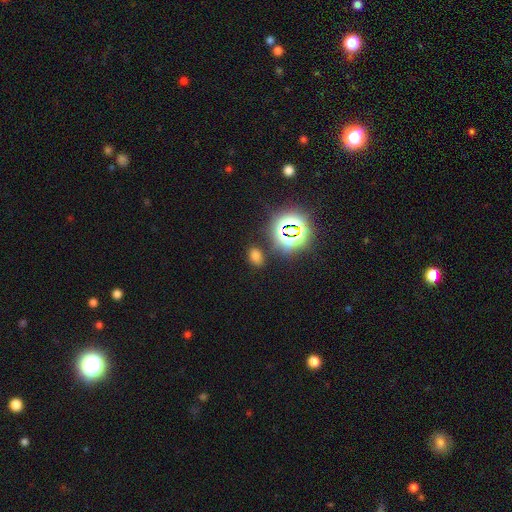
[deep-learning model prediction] This appears to be a smooth galaxy with no disk features (61%) that is in between round and cigar-shaped (78%). Merging: none (80%).